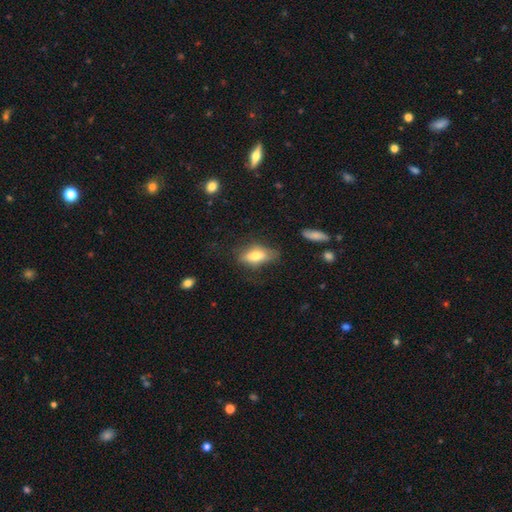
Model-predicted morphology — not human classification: The model was most divided on "merging": none: 59%, minor disturbance: 26%, major disturbance: 12%, merger: 2%. More confident: how rounded — in between (81%); smooth or featured — smooth (69%).